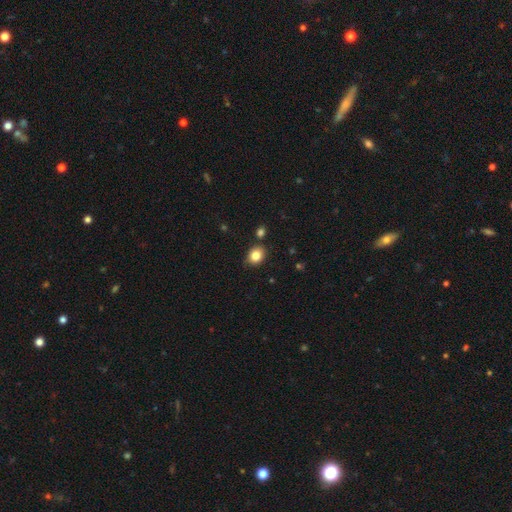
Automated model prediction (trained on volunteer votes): smooth 83%, star or artifact 10%, featured or disk 7%. Down the decision tree: how rounded — round (54%); merging — none (81%).